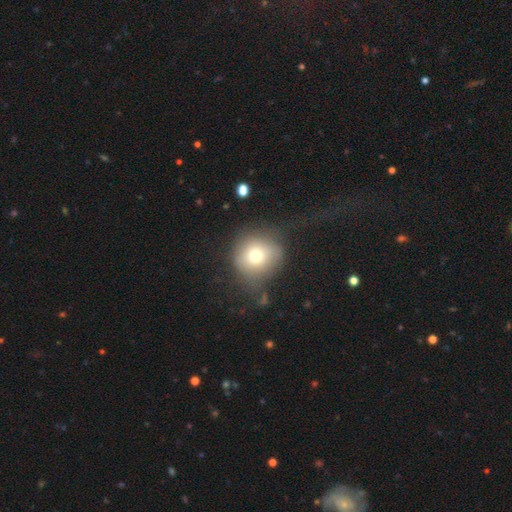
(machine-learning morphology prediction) This is likely a smooth galaxy (71%). How rounded: clearly round (86%). Merging: possibly none (54%).